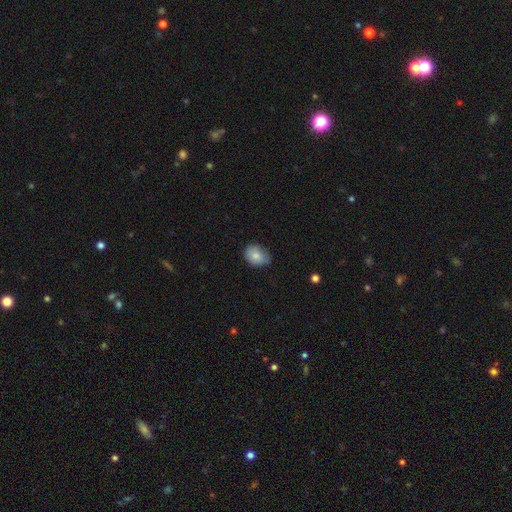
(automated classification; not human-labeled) Overall: smooth (81%). How rounded: in between (65%; round 34%). Merging: none (65%; minor disturbance 29%).